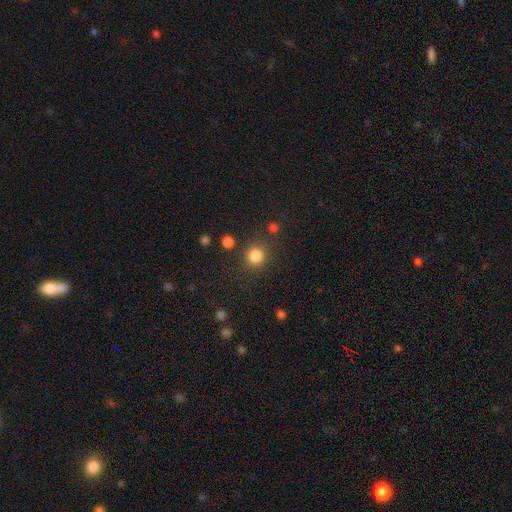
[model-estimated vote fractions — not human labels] Q: Smooth or featured?
A: smooth (84%); runner-up: star or artifact (12%)
Q: How rounded?
A: round (91%); runner-up: in between (8%)
Q: Merging?
A: none (83%); runner-up: minor disturbance (8%)